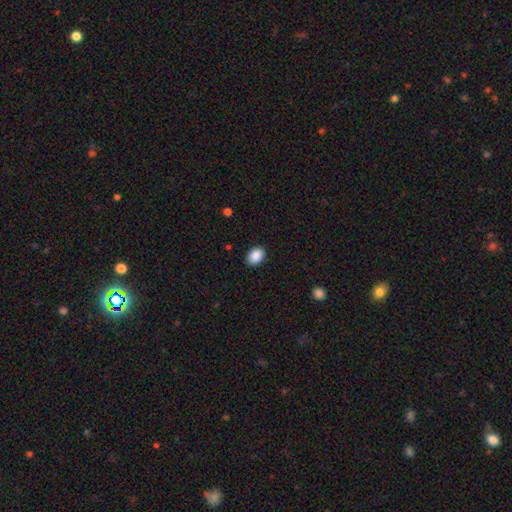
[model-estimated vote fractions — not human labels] smooth 89%, star or artifact 8%, featured or disk 3%. Down the decision tree: how rounded — in between (73%); merging — none (90%).